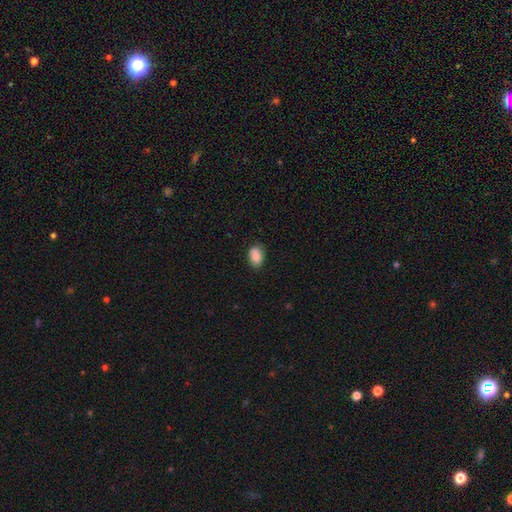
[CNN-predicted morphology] Overall: smooth (88%). How rounded: in between (85%). Merging: none (80%).